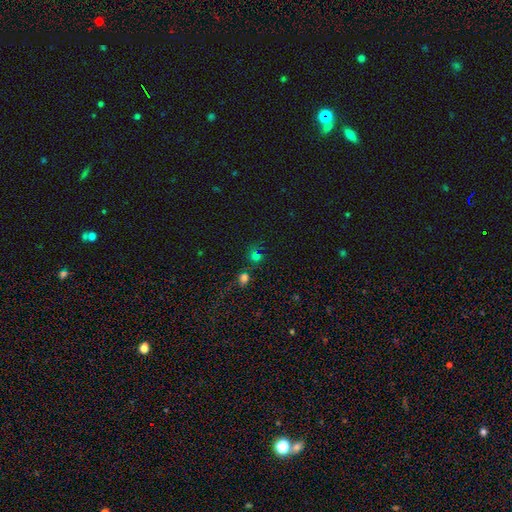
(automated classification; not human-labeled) A smooth galaxy with no disk features (55%) that is round (66%).

Vote fractions:
- Smooth or featured? smooth: 55% / star or artifact: 36% / featured or disk: 9%
- How rounded? round: 66% / in between: 32% / cigar-shaped: 2%
- Merging? none: 53% / merger: 24% / minor disturbance: 13% / major disturbance: 9%